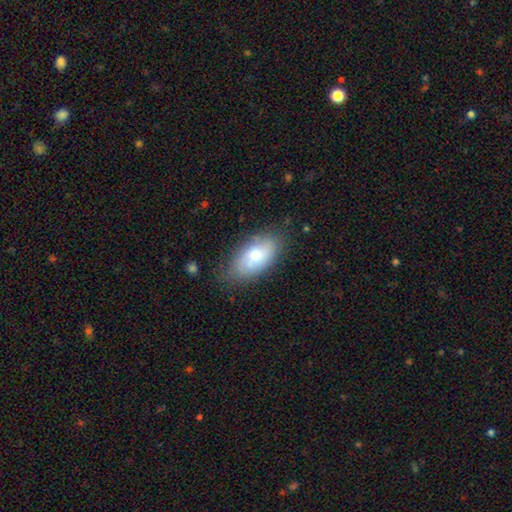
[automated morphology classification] The model was most divided on "smooth or featured": smooth: 67%, featured or disk: 26%, star or artifact: 7%. More confident: how rounded — in between (92%); merging — none (72%).